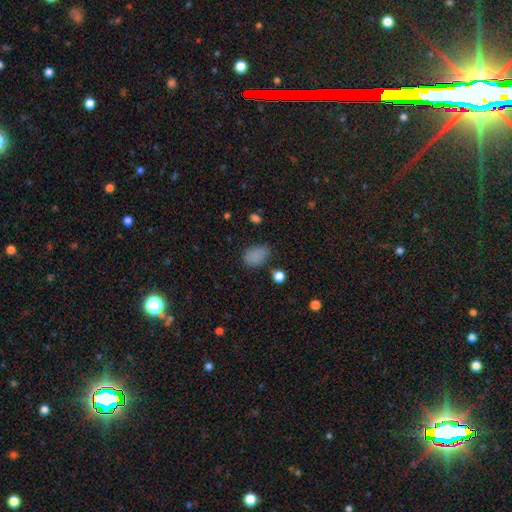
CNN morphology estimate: Smooth or featured: smooth — 83% (star or artifact — 12%)
How rounded: in between — 85% (round — 14%)
Merging: none — 69% (minor disturbance — 21%)